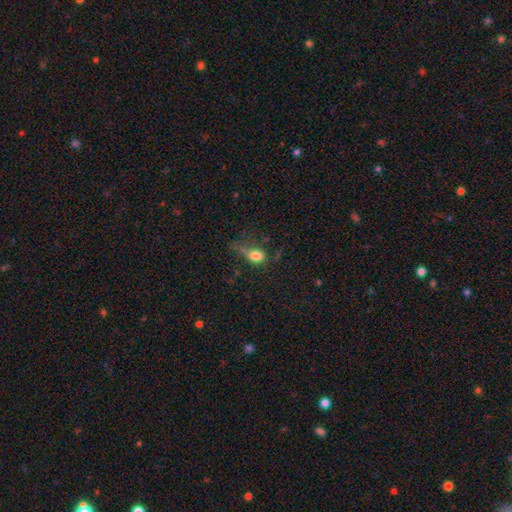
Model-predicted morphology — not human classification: Smooth or featured?
  - smooth: 75% *
  - star or artifact: 13%
  - featured or disk: 12%
How rounded?
  - in between: 70% *
  - round: 25%
  - cigar-shaped: 5%
Merging?
  - none: 37% *
  - major disturbance: 31%
  - minor disturbance: 25%
  - merger: 7%